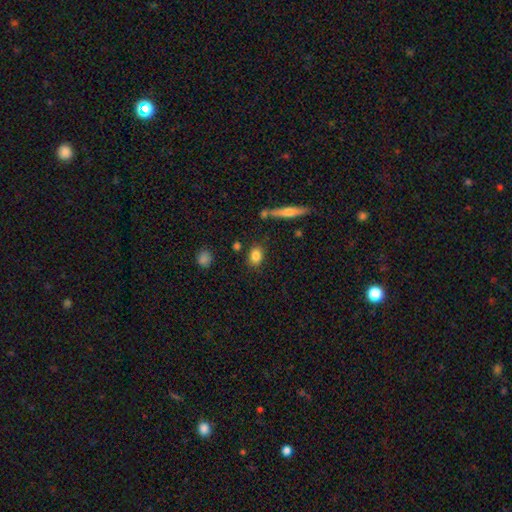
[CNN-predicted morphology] Smooth or featured?
  - smooth: 83% *
  - featured or disk: 9%
  - star or artifact: 8%
How rounded?
  - in between: 66% *
  - round: 30%
  - cigar-shaped: 4%
Merging?
  - none: 80% *
  - minor disturbance: 12%
  - merger: 5%
  - major disturbance: 3%